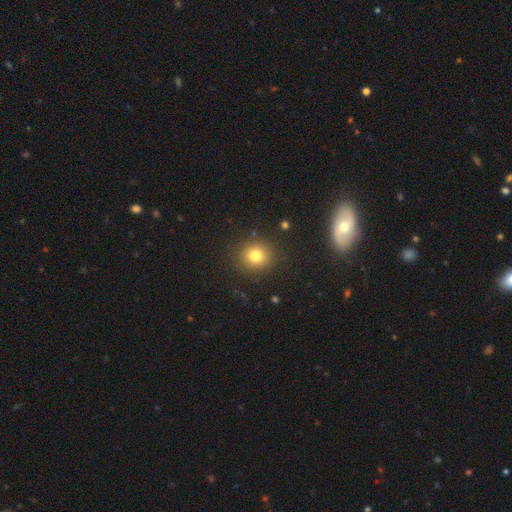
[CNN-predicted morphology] This appears to be a smooth galaxy with no disk features (78%) that is round (88%). Merging: none (89%).